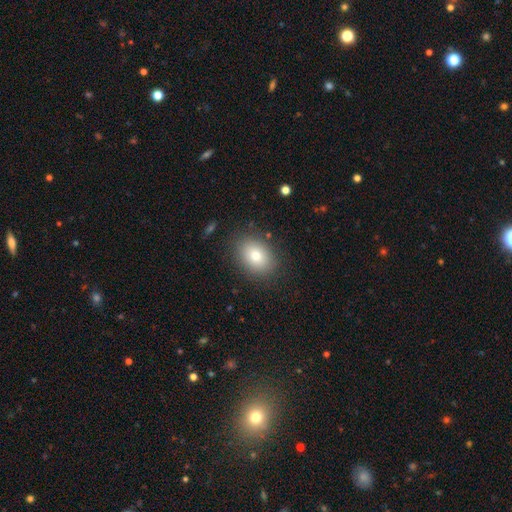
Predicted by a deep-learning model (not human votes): A smooth galaxy with no disk features (79%) that is in between round and cigar-shaped (66%).

Vote fractions:
- Smooth or featured? smooth: 79% / featured or disk: 12% / star or artifact: 10%
- How rounded? in between: 66% / round: 33% / cigar-shaped: 1%
- Merging? none: 86% / minor disturbance: 10% / major disturbance: 3% / merger: 1%